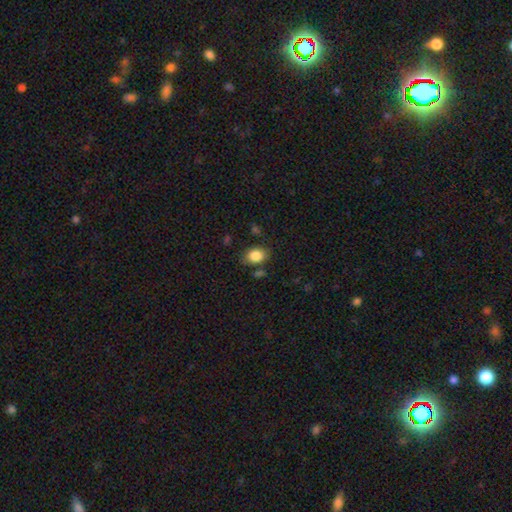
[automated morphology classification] smooth 85%, star or artifact 9%, featured or disk 7%. Down the decision tree: how rounded — in between (70%); merging — none (76%).